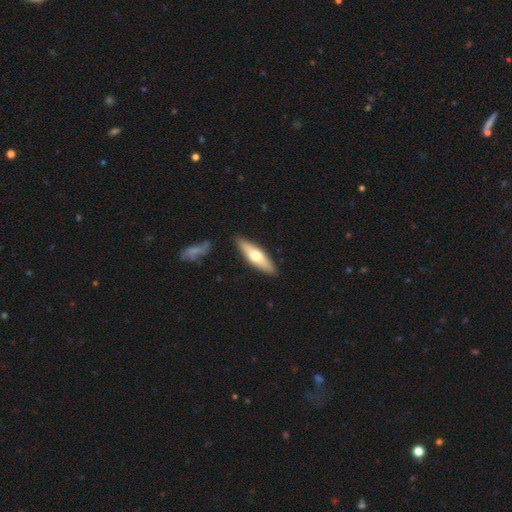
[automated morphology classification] Overall: smooth (54%; featured or disk 41%). How rounded: cigar-shaped (60%; in between 38%). Merging: none (87%).